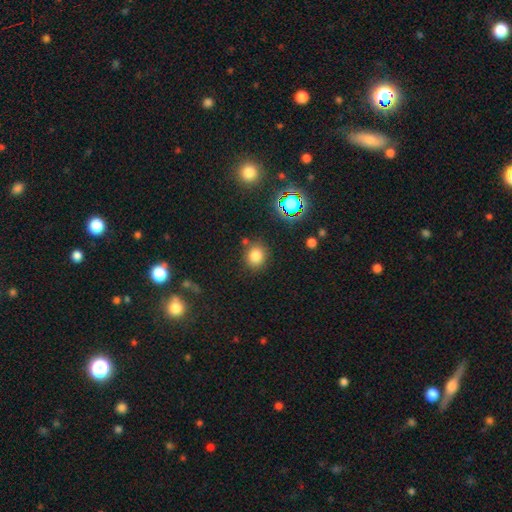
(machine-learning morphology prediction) This is likely a smooth galaxy (78%). How rounded: likely round (77%). Merging: likely none (80%).